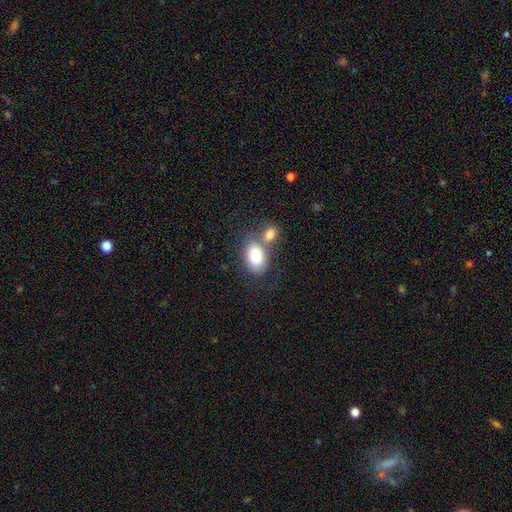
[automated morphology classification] smooth-or-featured: smooth: 83% | featured or disk: 10% | star or artifact: 7%
  how-rounded: in between: 88% | round: 11% | cigar-shaped: 1%
  merging: merger: 41% | none: 38% | minor disturbance: 14% | major disturbance: 7%